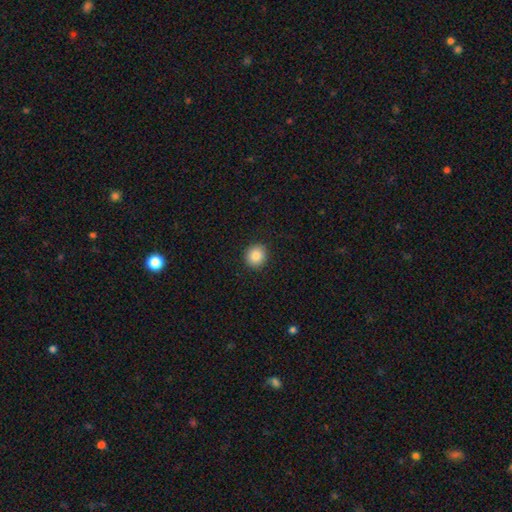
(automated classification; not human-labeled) The model was most divided on "how rounded": round: 88%, in between: 11%, cigar-shaped: 1%. More confident: merging — none (91%); smooth or featured — smooth (87%).